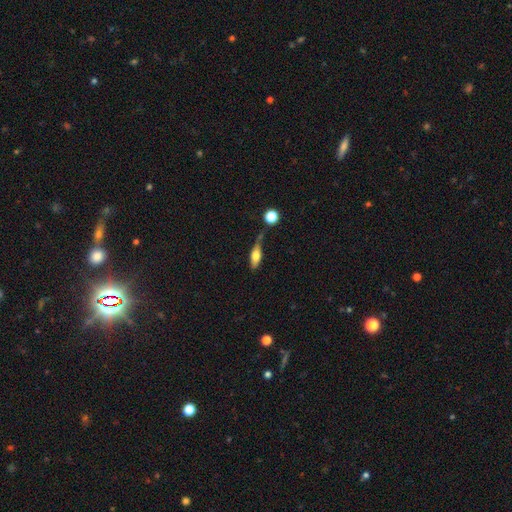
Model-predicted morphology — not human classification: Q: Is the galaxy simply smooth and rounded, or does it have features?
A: smooth — 64%.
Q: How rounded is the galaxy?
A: in between — 58%.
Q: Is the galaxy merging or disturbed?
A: none — 48%.